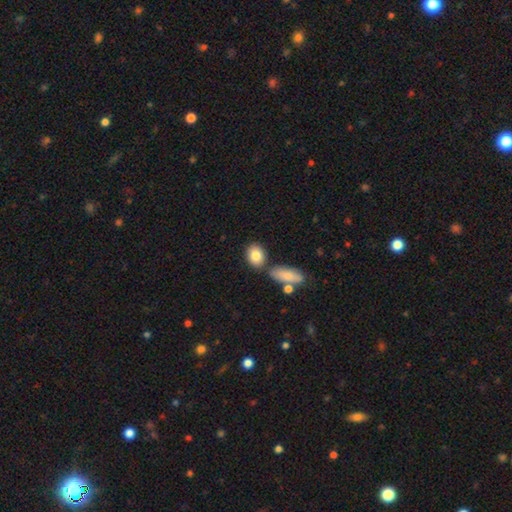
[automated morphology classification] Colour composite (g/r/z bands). It shows a smooth galaxy with no disk features (83%) that is in between round and cigar-shaped (70%). Merging: none (69%).